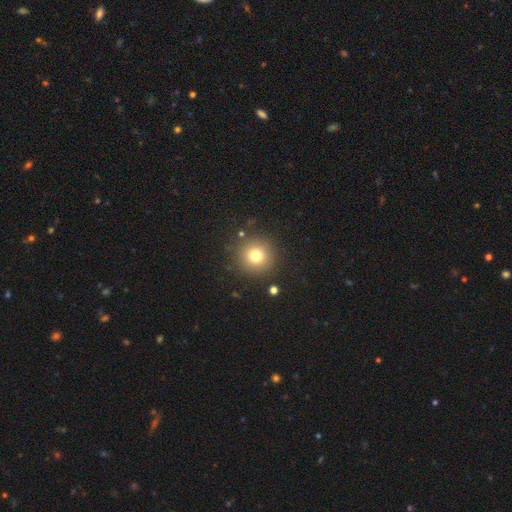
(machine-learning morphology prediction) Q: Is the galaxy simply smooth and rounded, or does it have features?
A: smooth — 77%.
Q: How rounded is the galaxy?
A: round — 95%.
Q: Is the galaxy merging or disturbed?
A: none — 87%.